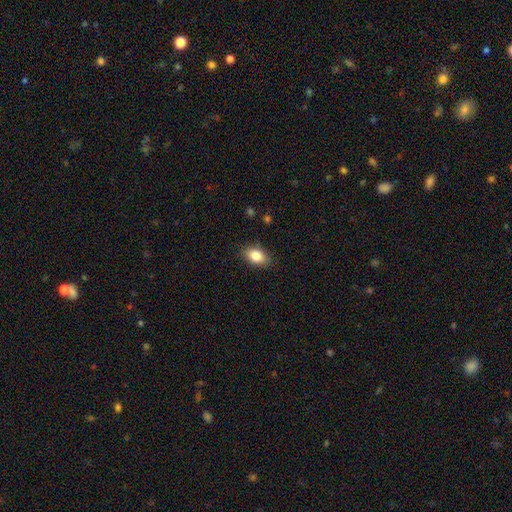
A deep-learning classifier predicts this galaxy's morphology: This is clearly a smooth galaxy (85%). How rounded: clearly in between (87%). Merging: clearly none (85%).